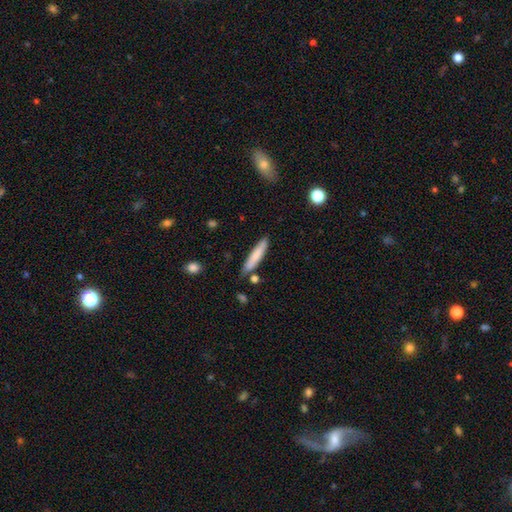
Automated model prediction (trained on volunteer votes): smooth-or-featured: smooth: 77% | featured or disk: 17% | star or artifact: 6%
  how-rounded: cigar-shaped: 88% | in between: 11% | round: 1%
  merging: none: 80% | minor disturbance: 14% | merger: 4% | major disturbance: 2%